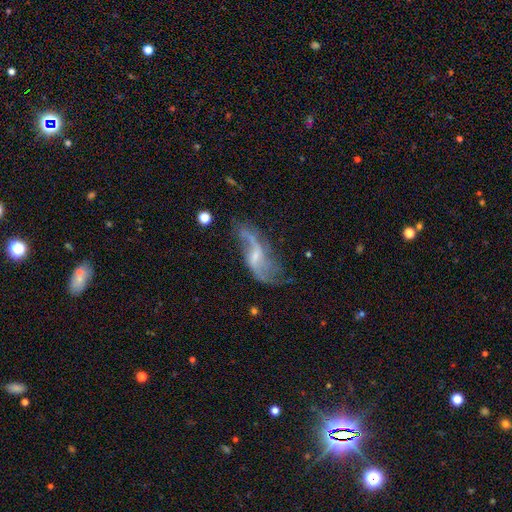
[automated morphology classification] smooth-or-featured: featured or disk: 80% | smooth: 12% | star or artifact: 8%
  disk-edge-on: no: 92% | yes: 8%
    bar: weak: 49% | no: 34% | strong: 17%
    has-spiral-arms: yes: 88% | no: 12%
      spiral-winding: loose: 87% | medium: 10% | tight: 3%
      spiral-arm-count: 2: 82% | can't tell: 6% | 1: 6% | 3: 2% | 4: 1% | more than 4: 1%
    bulge-size: small: 53% | none: 24% | moderate: 21% | large: 2% | dominant: 1%
  merging: none: 49% | minor disturbance: 22% | major disturbance: 22% | merger: 7%